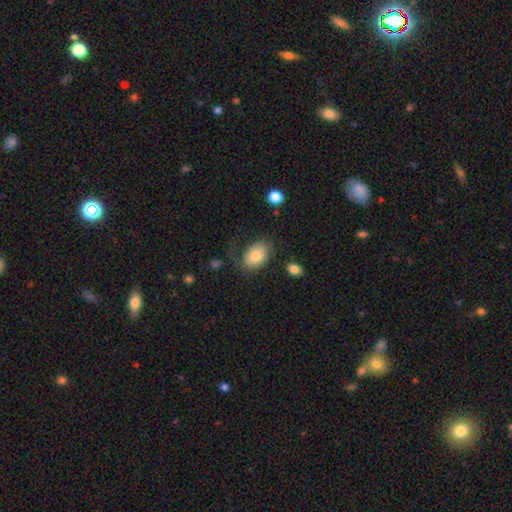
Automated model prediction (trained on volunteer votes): Smooth or featured? smooth (80%)
How rounded? in between (84%)
Merging? none (63%)